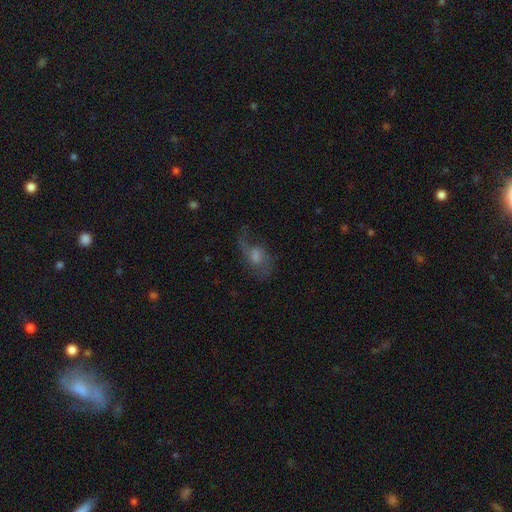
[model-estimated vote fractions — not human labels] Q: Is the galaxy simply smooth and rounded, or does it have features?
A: featured or disk — 66%.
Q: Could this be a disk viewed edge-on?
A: no — 94%.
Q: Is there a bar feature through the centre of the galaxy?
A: no — 58%.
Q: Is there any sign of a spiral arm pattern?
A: yes — 86%.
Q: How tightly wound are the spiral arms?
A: loose — 64%.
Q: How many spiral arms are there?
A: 2 — 61%.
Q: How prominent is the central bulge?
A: moderate — 45%.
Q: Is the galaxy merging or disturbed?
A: none — 52%.